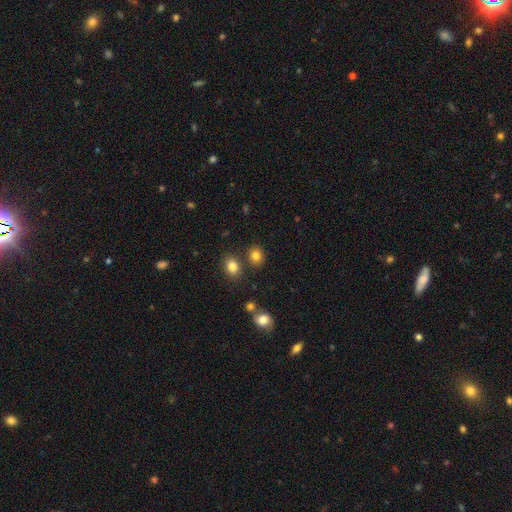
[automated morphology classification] A smooth galaxy with no disk features (82%) that is round (69%).

Vote fractions:
- Smooth or featured? smooth: 82% / star or artifact: 12% / featured or disk: 6%
- How rounded? round: 69% / in between: 30% / cigar-shaped: 1%
- Merging? none: 76% / merger: 12% / minor disturbance: 10% / major disturbance: 3%